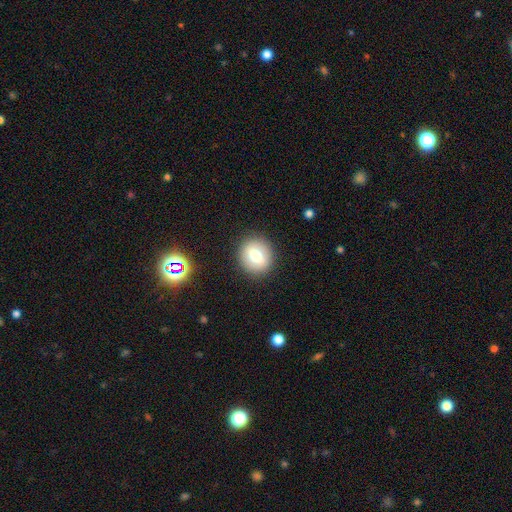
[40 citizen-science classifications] Smooth or featured? smooth (70%)
How rounded? round (89%)
Merging? none (91%)